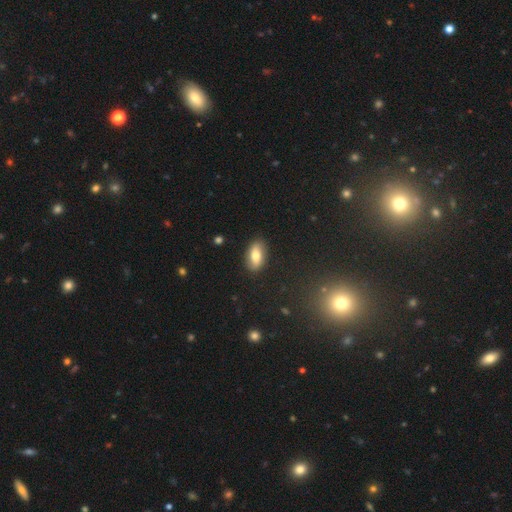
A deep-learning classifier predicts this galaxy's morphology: smooth_or_featured: smooth (p=0.72) [alt: featured or disk p=0.20]
how_rounded: in between (p=0.90) [alt: cigar-shaped p=0.05]
merging: none (p=0.87) [alt: minor disturbance p=0.10]